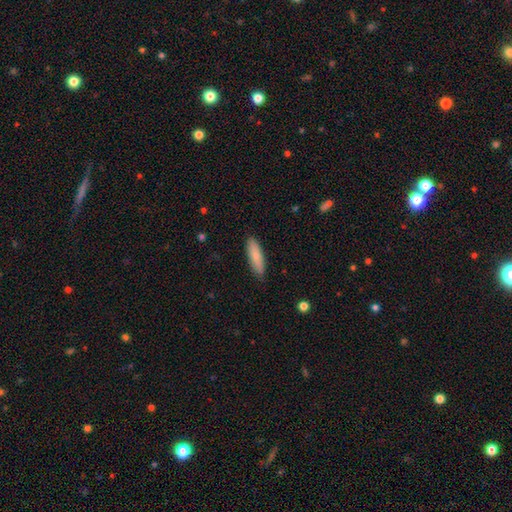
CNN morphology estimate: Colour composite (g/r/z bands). It shows a smooth galaxy with no disk features (81%) that is cigar-shaped (61%). Merging: none (87%).